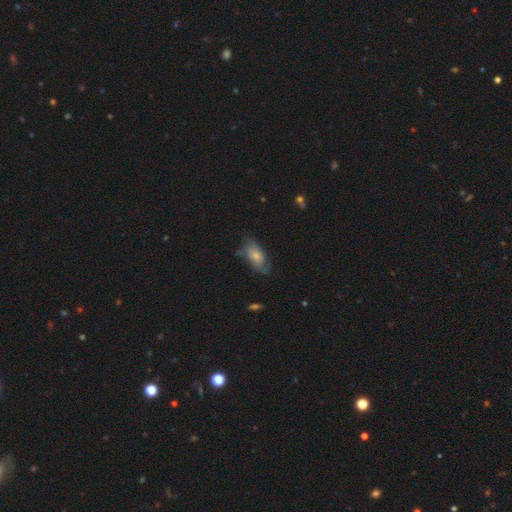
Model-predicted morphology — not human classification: A smooth galaxy with no disk features (67%) that is in between round and cigar-shaped (87%).

Vote fractions:
- Smooth or featured? smooth: 67% / featured or disk: 26% / star or artifact: 7%
- How rounded? in between: 87% / cigar-shaped: 9% / round: 4%
- Merging? none: 58% / minor disturbance: 29% / major disturbance: 11% / merger: 3%